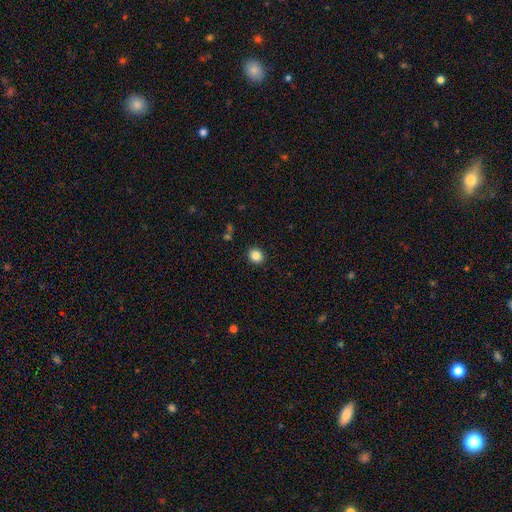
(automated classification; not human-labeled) This is clearly a smooth galaxy (85%). How rounded: likely round (70%). Merging: clearly none (90%).